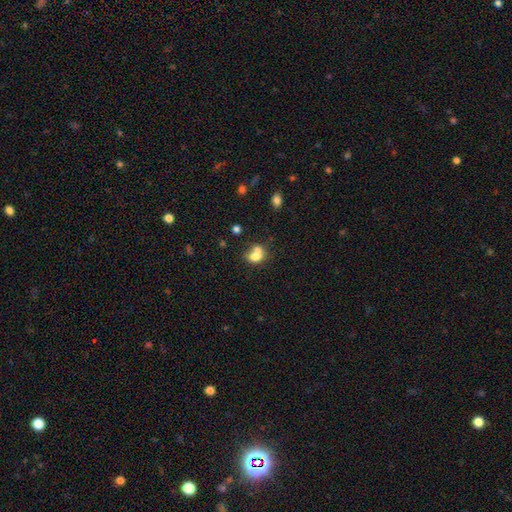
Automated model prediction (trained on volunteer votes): This is likely a smooth galaxy (72%). How rounded: possibly round (51%). Merging: possibly merger (57%).